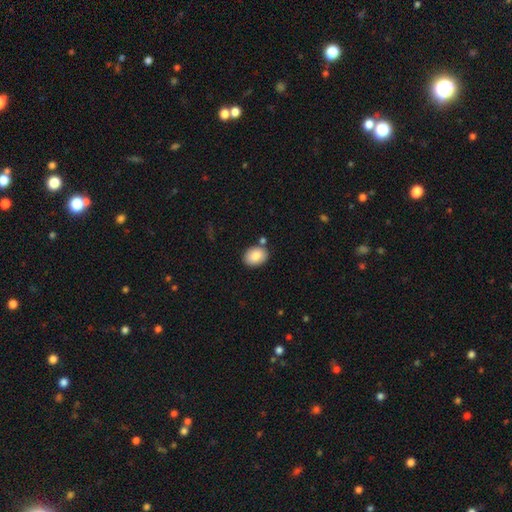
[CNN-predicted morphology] The model was most divided on "how rounded": in between: 71%, round: 28%, cigar-shaped: 1%. More confident: smooth or featured — smooth (84%); merging — none (81%).